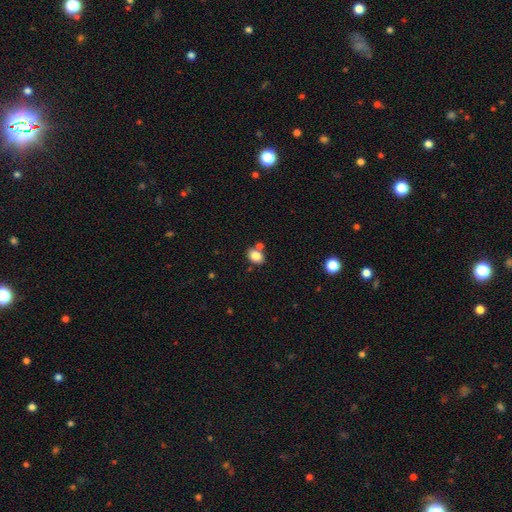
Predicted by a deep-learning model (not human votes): Smooth or featured?
  - smooth: 83% *
  - star or artifact: 10%
  - featured or disk: 7%
How rounded?
  - in between: 64% *
  - round: 35%
  - cigar-shaped: 1%
Merging?
  - none: 67% *
  - merger: 18%
  - minor disturbance: 12%
  - major disturbance: 3%